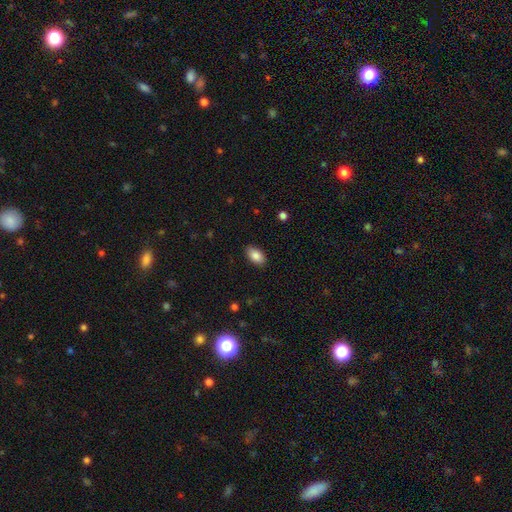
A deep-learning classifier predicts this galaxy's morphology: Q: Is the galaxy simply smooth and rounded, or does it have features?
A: smooth — 86%.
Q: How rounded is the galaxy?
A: in between — 92%.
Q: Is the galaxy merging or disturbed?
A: none — 88%.